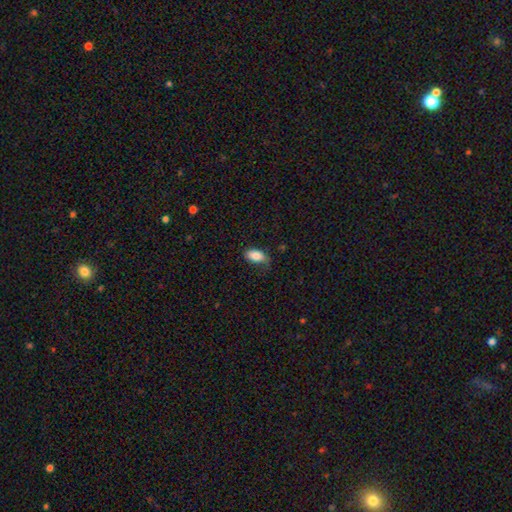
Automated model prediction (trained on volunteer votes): A smooth galaxy with no disk features (84%) that is in between round and cigar-shaped (91%). Merging: none (64%).